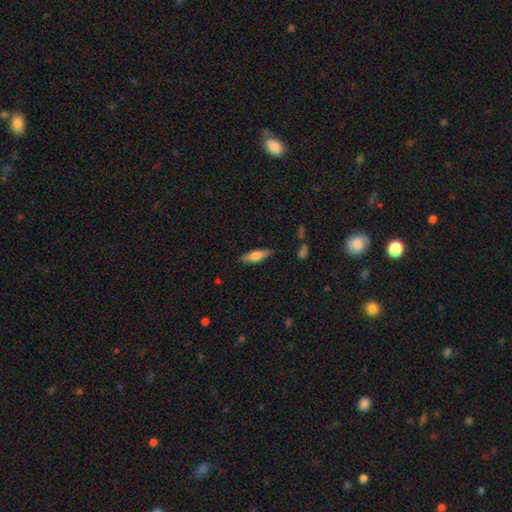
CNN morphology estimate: The model was most divided on "how rounded": in between: 50%, cigar-shaped: 48%, round: 2%. More confident: merging — none (82%); smooth or featured — smooth (68%).